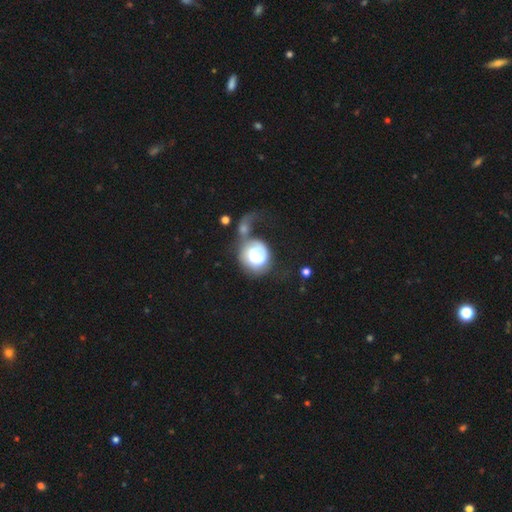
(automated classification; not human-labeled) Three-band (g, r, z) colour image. It shows a smooth galaxy with no disk features (48%). Merging: major disturbance (38%).